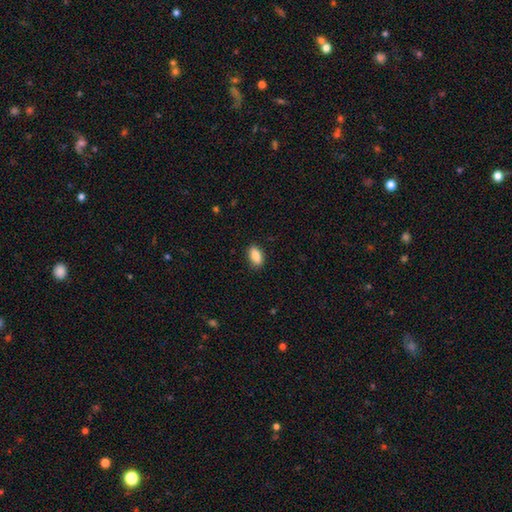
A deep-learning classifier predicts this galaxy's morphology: This appears to be a smooth galaxy with no disk features (84%) that is in between round and cigar-shaped (87%). Merging: none (88%).